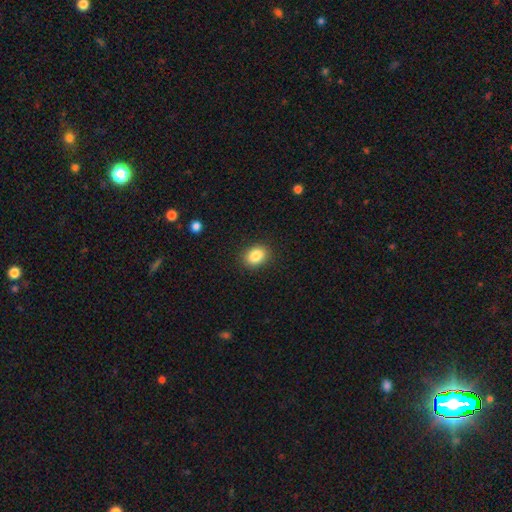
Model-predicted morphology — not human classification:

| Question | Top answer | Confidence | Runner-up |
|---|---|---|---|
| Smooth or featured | smooth | 86% | star or artifact (9%) |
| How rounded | in between | 68% | round (31%) |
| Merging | none | 88% | minor disturbance (8%) |